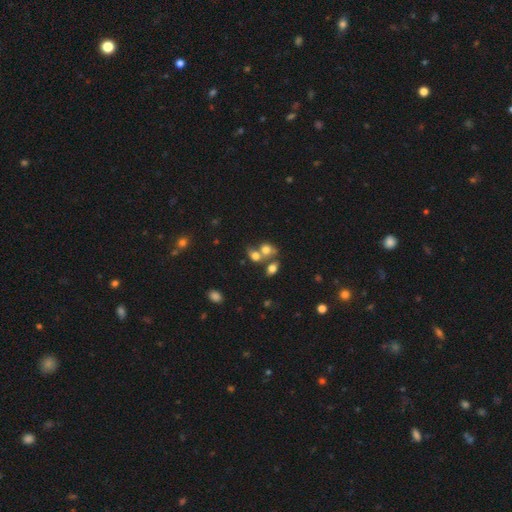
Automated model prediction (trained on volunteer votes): This is likely a smooth galaxy (71%). How rounded: possibly in between (58%). Merging: possibly merger (52%).